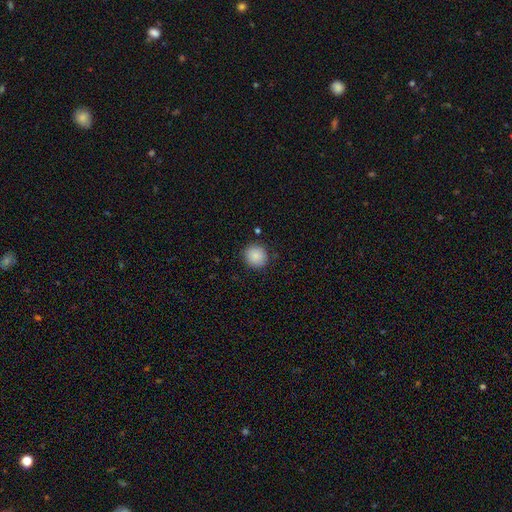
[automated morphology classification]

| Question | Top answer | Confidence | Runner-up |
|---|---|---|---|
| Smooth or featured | smooth | 87% | star or artifact (8%) |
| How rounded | round | 92% | in between (7%) |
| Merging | none | 88% | minor disturbance (8%) |